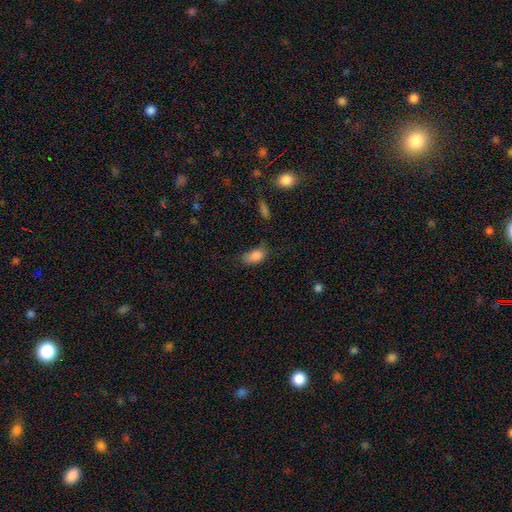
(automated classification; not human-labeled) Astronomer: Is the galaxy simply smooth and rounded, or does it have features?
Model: smooth — 85%.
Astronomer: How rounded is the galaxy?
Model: in between — 90%.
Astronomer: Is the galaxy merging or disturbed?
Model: none — 56%.